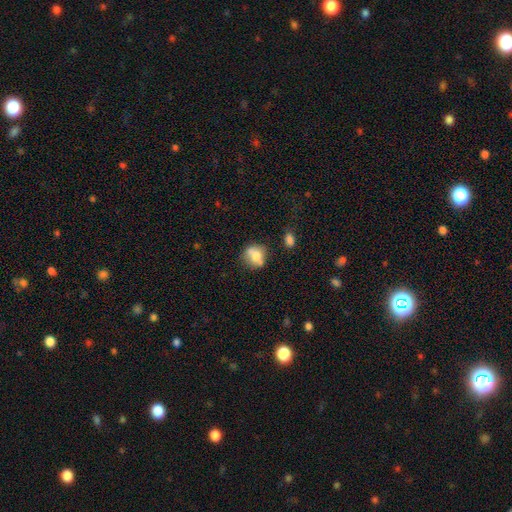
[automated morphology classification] Smooth or featured?
  - smooth: 66% *
  - featured or disk: 25%
  - star or artifact: 10%
How rounded?
  - round: 71% *
  - in between: 27%
  - cigar-shaped: 2%
Merging?
  - none: 59% *
  - minor disturbance: 20%
  - merger: 15%
  - major disturbance: 6%